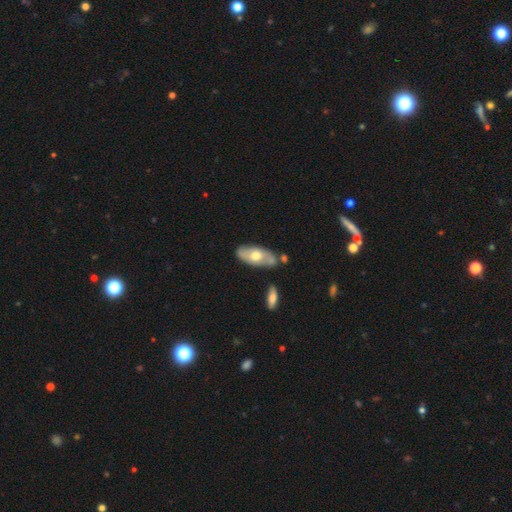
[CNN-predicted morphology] This is possibly a smooth galaxy (51%). How rounded: clearly in between (86%). Merging: likely none (70%).